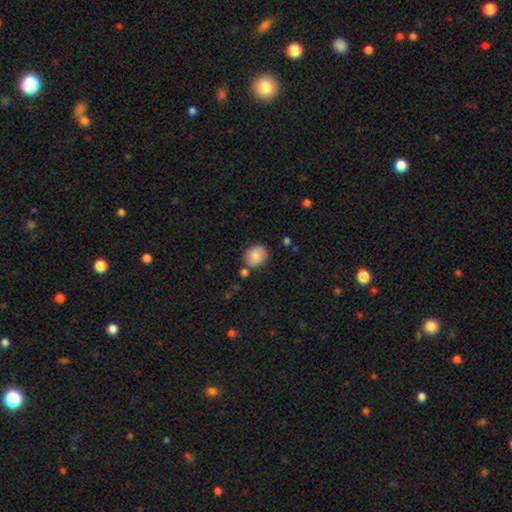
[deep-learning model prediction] Morphology: type=smooth (83%); roundness=round (62%); merging=none (70%).